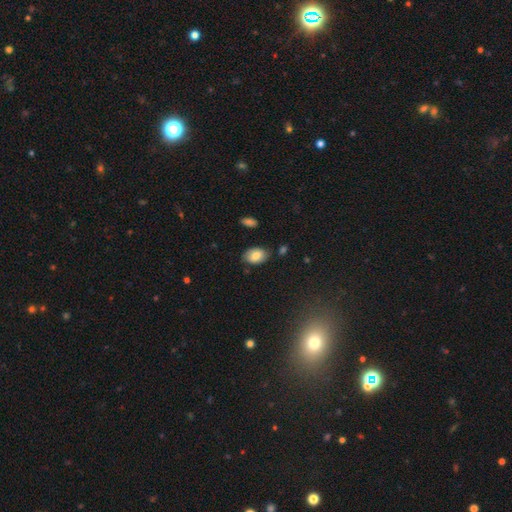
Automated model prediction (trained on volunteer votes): Q: Smooth or featured?
A: smooth (76%); runner-up: featured or disk (16%)
Q: How rounded?
A: in between (88%); runner-up: round (11%)
Q: Merging?
A: none (77%); runner-up: minor disturbance (17%)